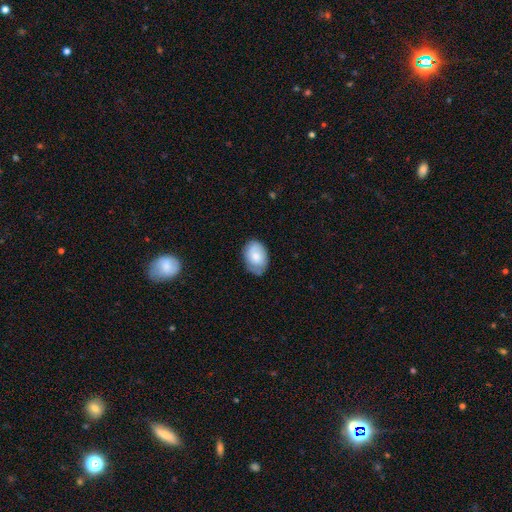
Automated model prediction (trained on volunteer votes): A smooth galaxy with no disk features (75%) that is in between round and cigar-shaped (84%).

Vote fractions:
- Smooth or featured? smooth: 75% / featured or disk: 18% / star or artifact: 7%
- How rounded? in between: 84% / round: 15% / cigar-shaped: 1%
- Merging? none: 70% / minor disturbance: 24% / major disturbance: 5% / merger: 1%